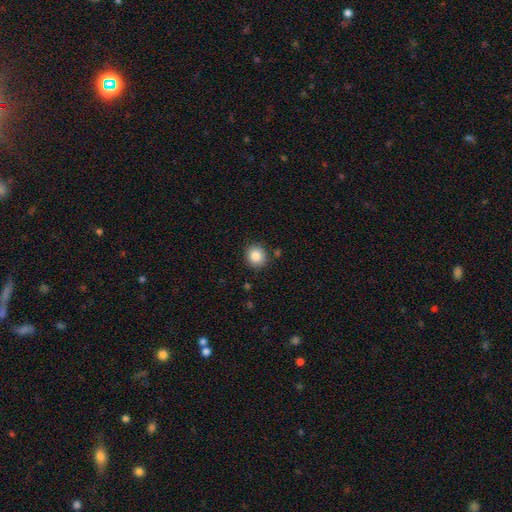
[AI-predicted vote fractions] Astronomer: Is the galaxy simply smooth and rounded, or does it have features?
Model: smooth — 86%.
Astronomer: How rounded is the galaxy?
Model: round — 86%.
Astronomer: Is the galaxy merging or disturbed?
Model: none — 86%.